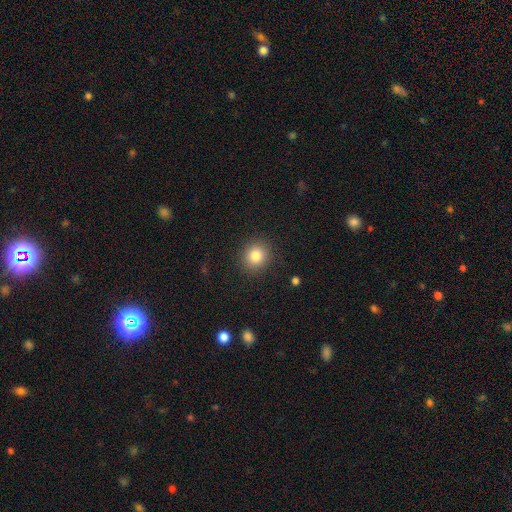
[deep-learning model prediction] This appears to be a smooth galaxy with no disk features (83%) that is round (82%). Merging: none (89%).